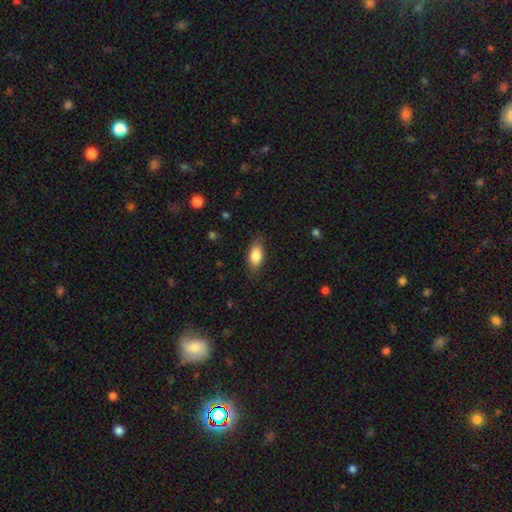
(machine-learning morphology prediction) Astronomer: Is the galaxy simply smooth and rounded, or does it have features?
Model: smooth — 82%.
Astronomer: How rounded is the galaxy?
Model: in between — 87%.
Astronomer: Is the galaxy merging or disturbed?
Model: none — 78%.